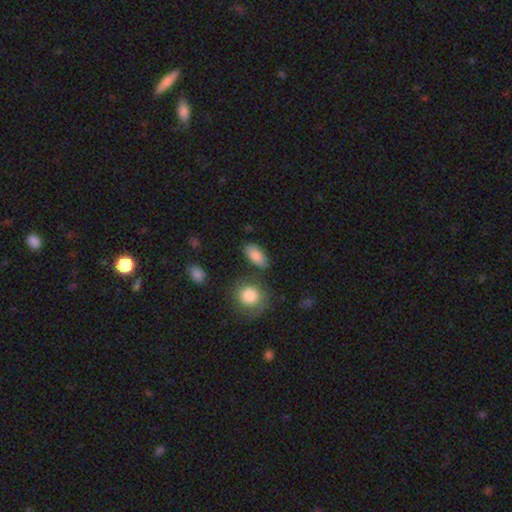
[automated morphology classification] A smooth galaxy with no disk features (86%) that is in between round and cigar-shaped (87%). Merging: none (73%).